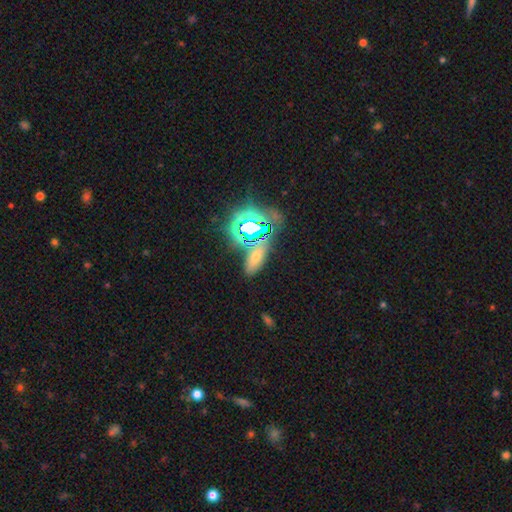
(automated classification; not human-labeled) smooth_or_featured: star or artifact (p=0.50) [alt: smooth p=0.35]